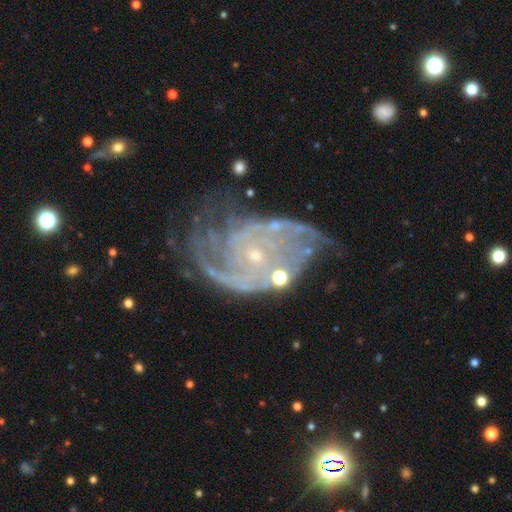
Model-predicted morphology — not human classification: Q: Smooth or featured?
A: featured or disk (89%); runner-up: star or artifact (6%)
Q: Edge-on disk?
A: no (98%); runner-up: yes (2%)
Q: Bar?
A: no (72%); runner-up: weak (22%)
Q: Spiral arms?
A: yes (97%); runner-up: no (3%)
Q: Spiral winding?
A: tight (46%); runner-up: medium (42%)
Q: Spiral arm count?
A: 2 (34%); runner-up: can't tell (21%)
Q: Bulge size?
A: small (85%); runner-up: moderate (9%)
Q: Merging?
A: none (52%); runner-up: minor disturbance (25%)